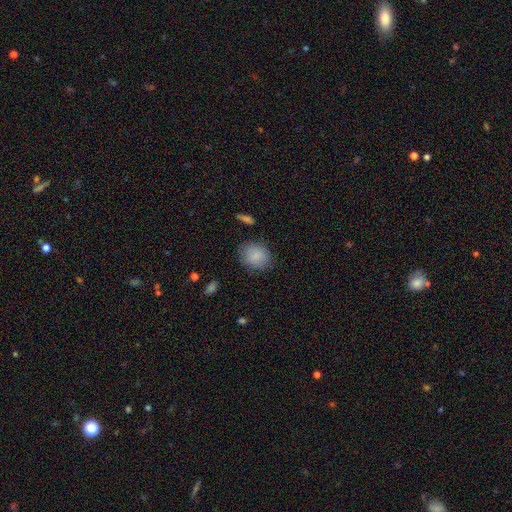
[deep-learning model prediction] The model was most divided on "how rounded": round: 61%, in between: 38%, cigar-shaped: 1%. More confident: smooth or featured — smooth (87%); merging — none (82%).